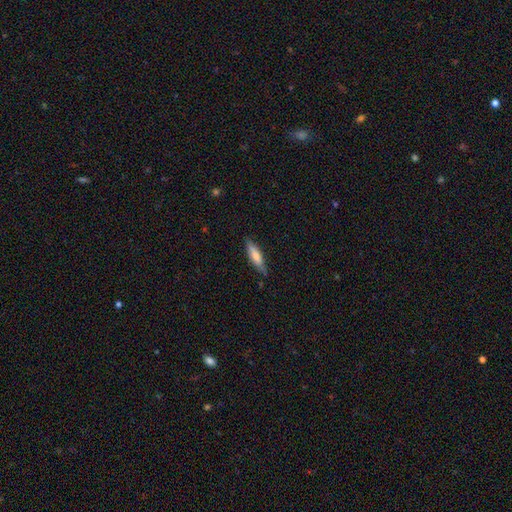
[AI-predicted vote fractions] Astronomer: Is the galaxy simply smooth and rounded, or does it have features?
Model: smooth — 64%.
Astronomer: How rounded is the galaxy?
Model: cigar-shaped — 71%.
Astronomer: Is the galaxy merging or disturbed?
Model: none — 78%.